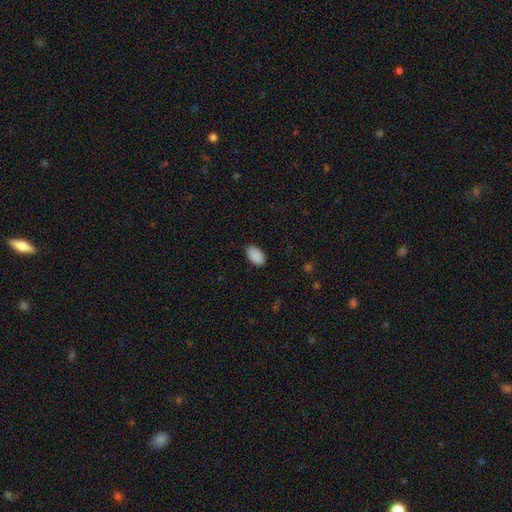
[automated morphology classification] The model was most divided on "merging": none: 88%, minor disturbance: 9%, major disturbance: 2%, merger: 1%. More confident: how rounded — in between (94%); smooth or featured — smooth (90%).